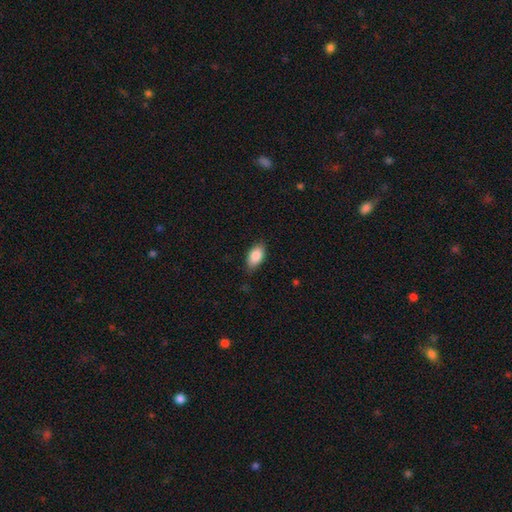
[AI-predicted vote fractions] Q: Smooth or featured?
A: smooth (86%); runner-up: featured or disk (7%)
Q: How rounded?
A: in between (92%); runner-up: round (4%)
Q: Merging?
A: none (79%); runner-up: minor disturbance (17%)